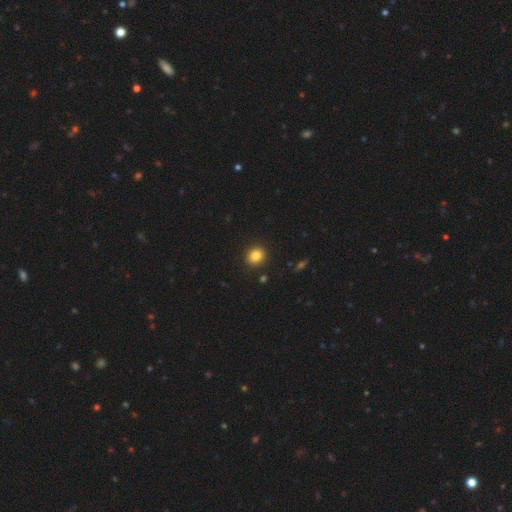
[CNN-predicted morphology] Smooth or featured: smooth — 83% (star or artifact — 11%)
How rounded: round — 76% (in between — 23%)
Merging: none — 91% (minor disturbance — 6%)